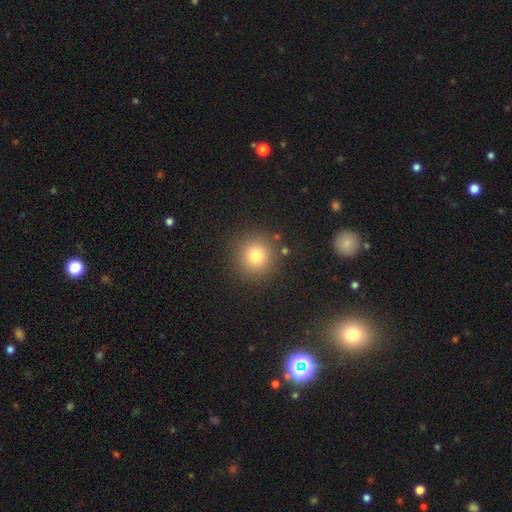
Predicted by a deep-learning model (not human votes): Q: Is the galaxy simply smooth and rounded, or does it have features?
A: smooth — 79%.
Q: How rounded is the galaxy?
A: round — 94%.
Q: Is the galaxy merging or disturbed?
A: none — 87%.